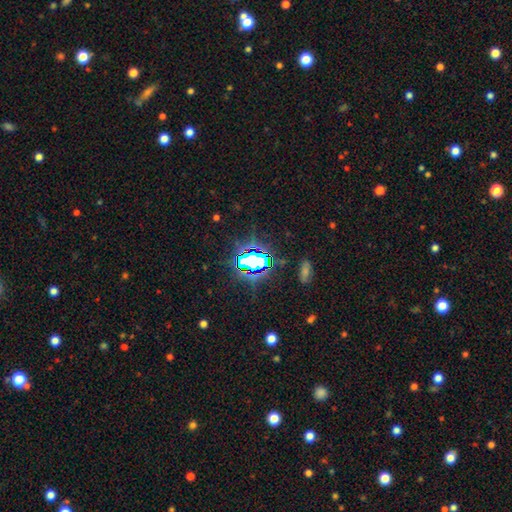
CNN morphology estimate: Smooth or featured?
  - star or artifact: 77% *
  - smooth: 14%
  - featured or disk: 10%